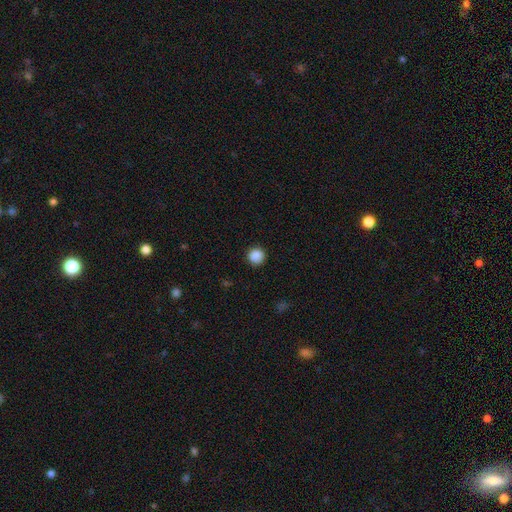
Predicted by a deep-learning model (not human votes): smooth 88%, star or artifact 9%, featured or disk 3%. Down the decision tree: how rounded — round (92%); merging — none (88%).